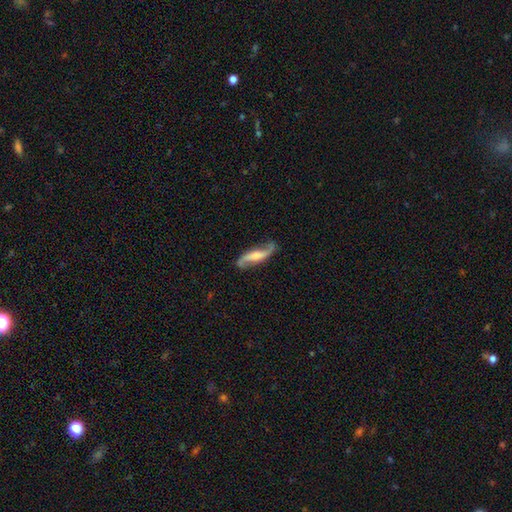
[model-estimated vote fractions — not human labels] Morphology: type=featured or disk (82%); edge-on=no (89%); bar=weak (37%); spiral arms=yes (96%); winding=loose (76%); arm count=2 (93%); bulge=moderate (34%); merging=none (78%).